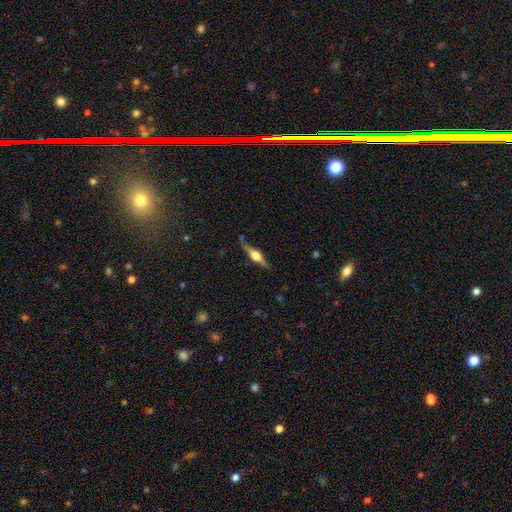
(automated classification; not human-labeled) featured or disk 76%, smooth 18%, star or artifact 6%. Down the decision tree: edge-on disk — yes (98%); edge-on bulge — rounded (92%); merging — none (85%).